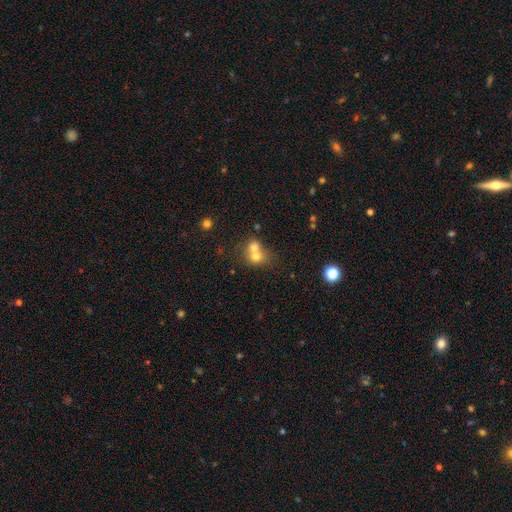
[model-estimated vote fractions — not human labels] A smooth galaxy with no disk features (68%) that is round (66%). Merging: merger (68%).